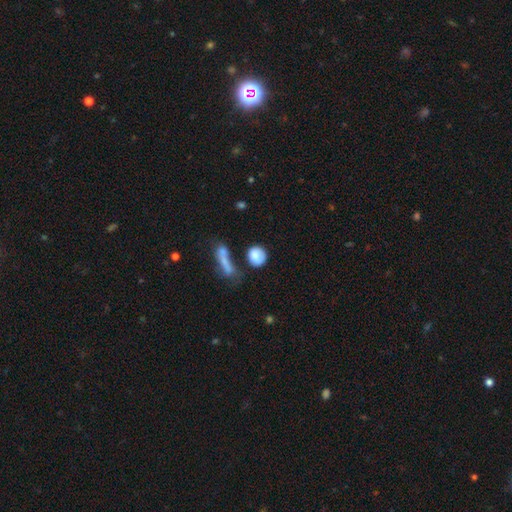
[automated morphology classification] Smooth or featured? Predicted: smooth (p=0.80). How rounded? Predicted: round (p=0.76). Merging? Predicted: none (p=0.52).